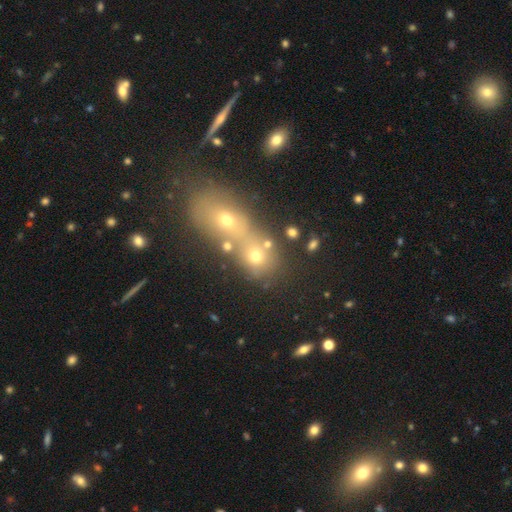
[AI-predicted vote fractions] This is likely a smooth galaxy (60%). How rounded: possibly round (56%). Merging: possibly merger (59%).